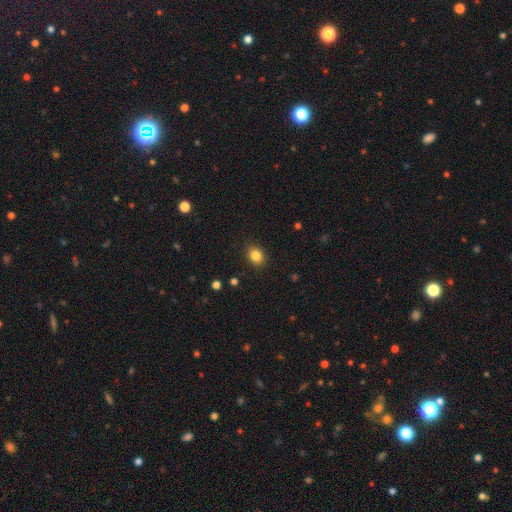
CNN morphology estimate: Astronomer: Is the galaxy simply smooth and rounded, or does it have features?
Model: smooth — 85%.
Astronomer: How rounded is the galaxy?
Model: round — 54% (runner-up: in between, 46%).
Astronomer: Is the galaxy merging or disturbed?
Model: none — 89%.